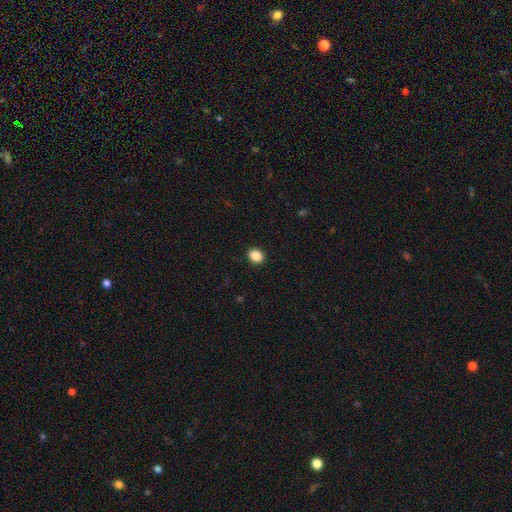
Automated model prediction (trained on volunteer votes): This appears to be a smooth galaxy with no disk features (87%) that is round (54%). Merging: none (92%).